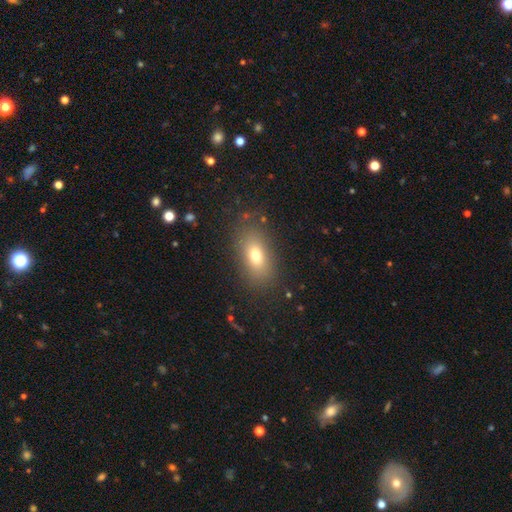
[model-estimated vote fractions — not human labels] This appears to be a smooth galaxy with no disk features (73%) that is in between round and cigar-shaped (84%). Merging: none (82%).